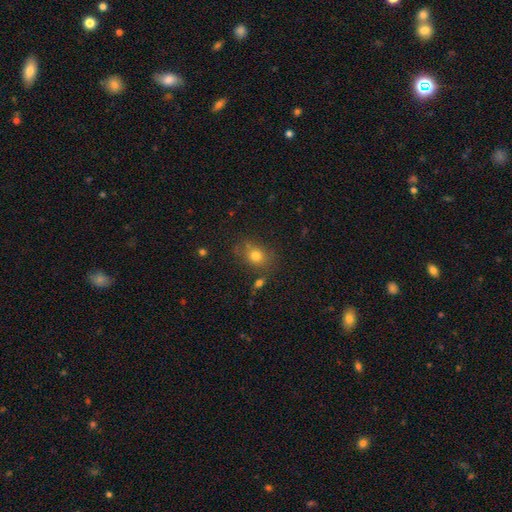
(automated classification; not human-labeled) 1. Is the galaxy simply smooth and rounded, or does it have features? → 76% smooth, 14% star or artifact, 11% featured or disk.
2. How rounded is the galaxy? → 54% round, 45% in between, 1% cigar-shaped.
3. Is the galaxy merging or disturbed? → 70% none, 17% minor disturbance, 8% merger, 6% major disturbance.